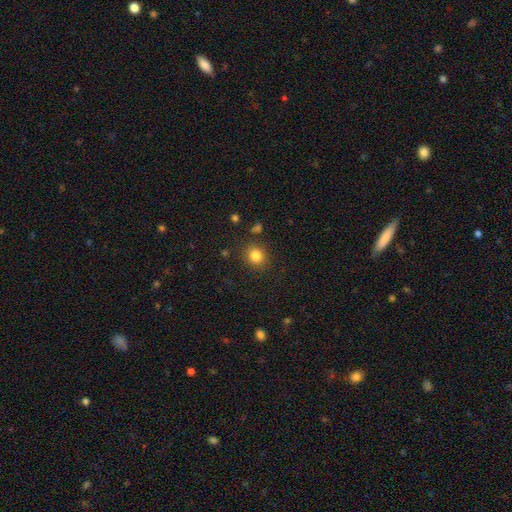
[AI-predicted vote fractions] Smooth or featured?
  - smooth: 83% *
  - star or artifact: 12%
  - featured or disk: 5%
How rounded?
  - round: 82% *
  - in between: 17%
  - cigar-shaped: 1%
Merging?
  - none: 87% *
  - minor disturbance: 8%
  - major disturbance: 3%
  - merger: 3%